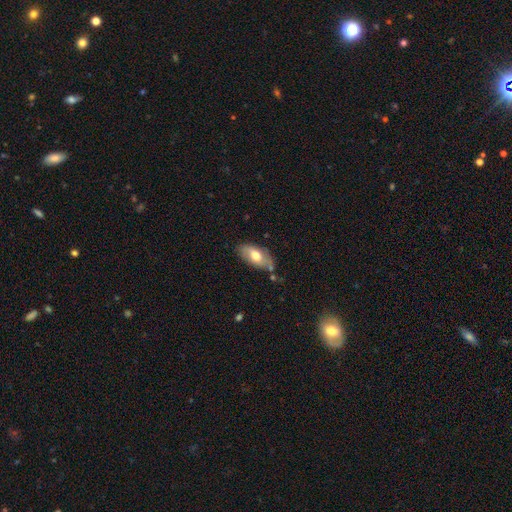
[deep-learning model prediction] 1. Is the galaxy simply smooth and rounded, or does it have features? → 62% smooth, 32% featured or disk, 6% star or artifact.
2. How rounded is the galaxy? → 91% in between, 5% cigar-shaped, 3% round.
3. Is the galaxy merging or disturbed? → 70% none, 20% minor disturbance, 5% merger, 4% major disturbance.